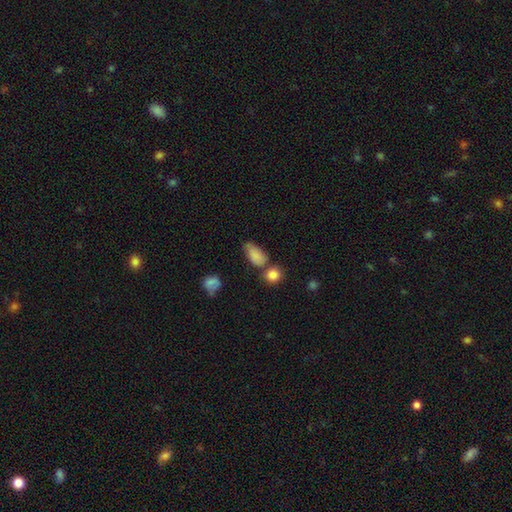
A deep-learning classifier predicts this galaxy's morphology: Smooth or featured? smooth (84%)
How rounded? in between (87%)
Merging? none (44%)